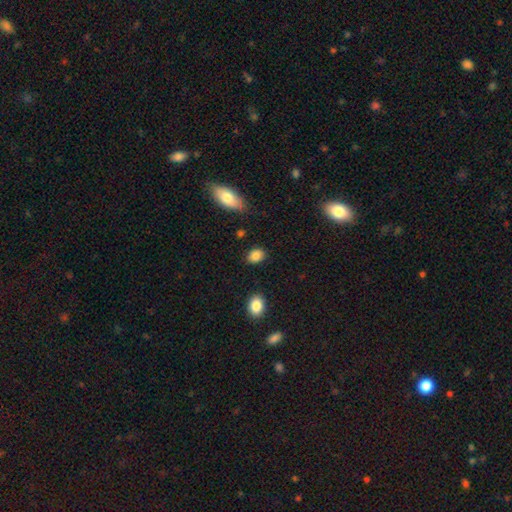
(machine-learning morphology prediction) This is clearly a smooth galaxy (86%). How rounded: likely in between (69%). Merging: clearly none (85%).